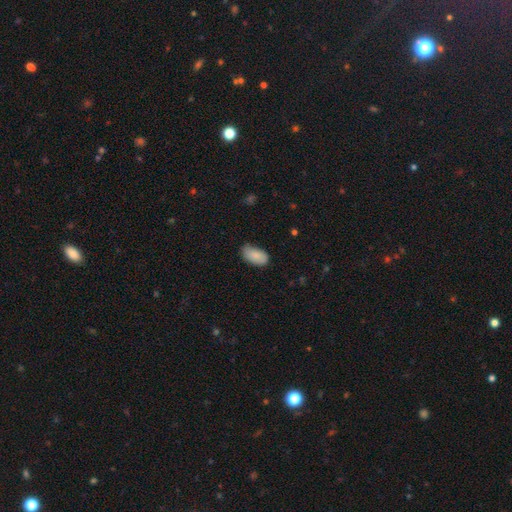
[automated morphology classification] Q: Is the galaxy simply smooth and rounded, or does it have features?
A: smooth — 87%.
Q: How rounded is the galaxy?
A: in between — 95%.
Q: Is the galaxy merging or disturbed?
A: none — 69%.